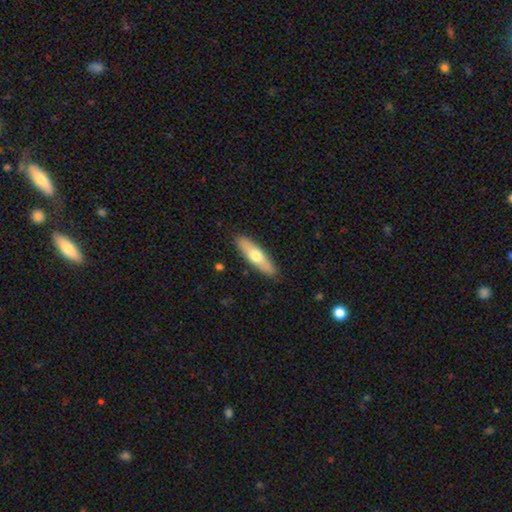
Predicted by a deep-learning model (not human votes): Q: Smooth or featured?
A: smooth (60%); runner-up: featured or disk (35%)
Q: How rounded?
A: cigar-shaped (60%); runner-up: in between (38%)
Q: Merging?
A: none (88%); runner-up: minor disturbance (9%)